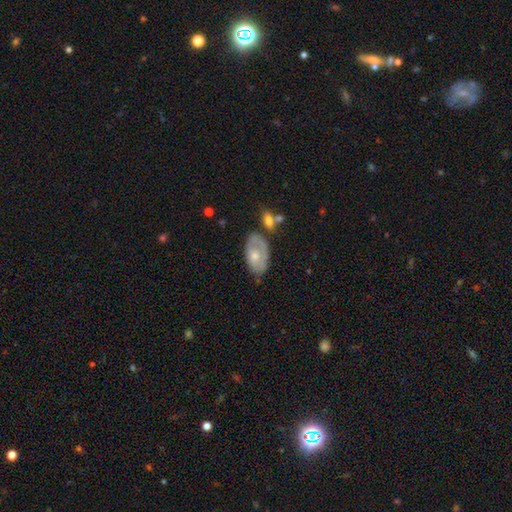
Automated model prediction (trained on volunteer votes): This is possibly a smooth galaxy (51%). How rounded: clearly in between (92%). Merging: possibly none (48%).